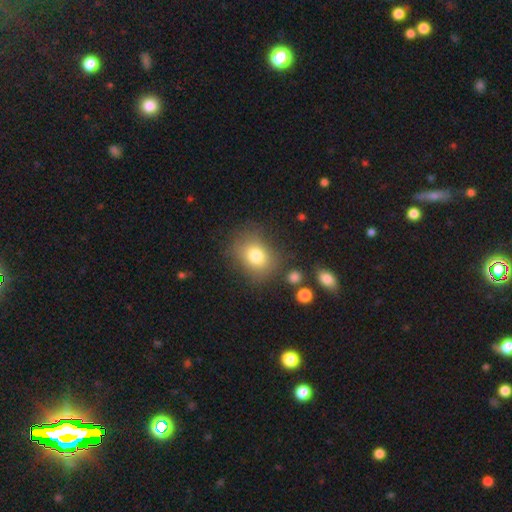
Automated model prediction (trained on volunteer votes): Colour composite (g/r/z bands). It shows a smooth galaxy with no disk features (78%) that is round (53%). Merging: none (72%).